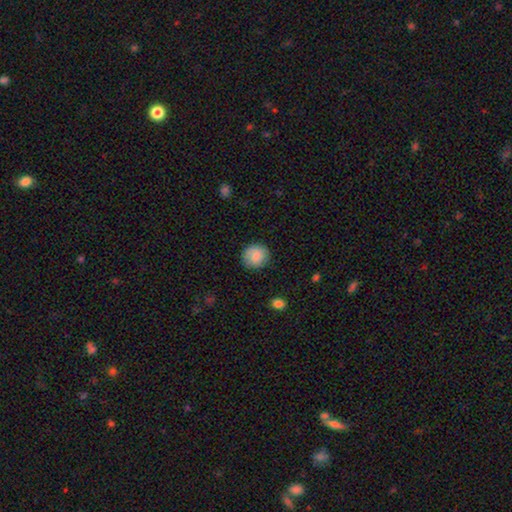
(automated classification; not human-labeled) Smooth or featured? smooth (85%)
How rounded? round (87%)
Merging? none (83%)